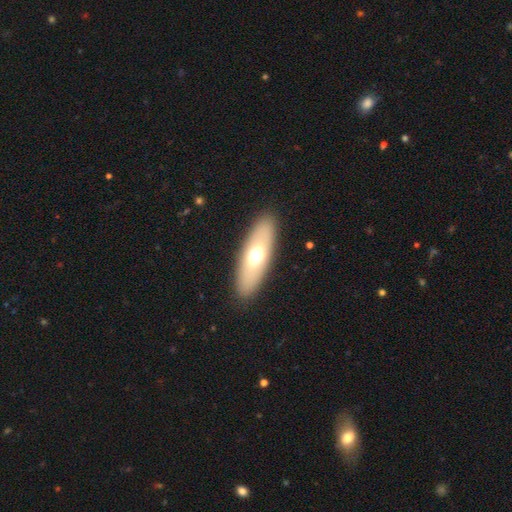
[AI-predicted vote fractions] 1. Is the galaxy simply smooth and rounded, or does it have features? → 59% smooth, 33% featured or disk, 8% star or artifact.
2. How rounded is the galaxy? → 65% in between, 30% cigar-shaped, 4% round.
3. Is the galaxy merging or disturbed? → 88% none, 8% minor disturbance, 3% major disturbance, 1% merger.